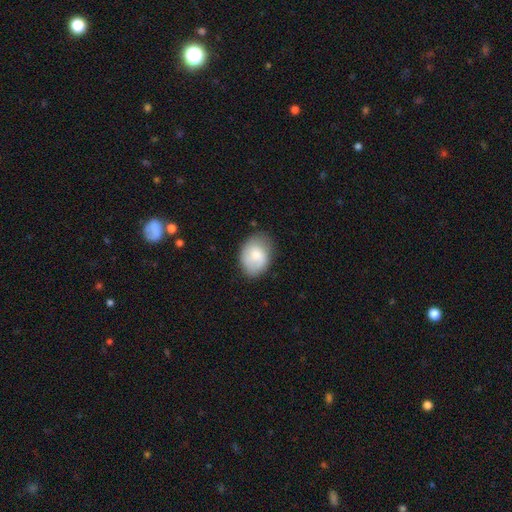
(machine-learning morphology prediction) Overall: smooth (69%). How rounded: in between (69%; round 30%). Merging: none (71%).